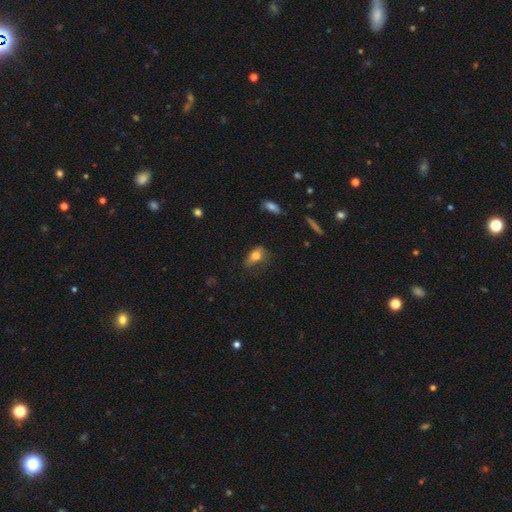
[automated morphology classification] A smooth galaxy with no disk features (72%) that is in between round and cigar-shaped (79%).

Vote fractions:
- Smooth or featured? smooth: 72% / featured or disk: 19% / star or artifact: 9%
- How rounded? in between: 79% / round: 14% / cigar-shaped: 7%
- Merging? none: 41% / minor disturbance: 32% / major disturbance: 24% / merger: 2%